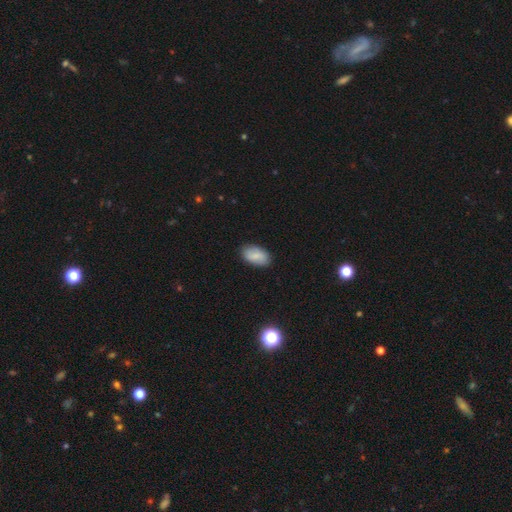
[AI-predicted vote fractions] Morphology: type=smooth (80%); roundness=in between (93%); merging=none (84%).